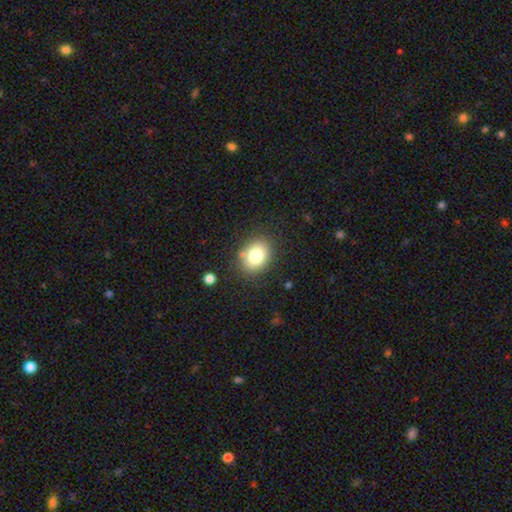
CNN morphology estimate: Q: Smooth or featured?
A: smooth (79%); runner-up: star or artifact (10%)
Q: How rounded?
A: in between (51%); runner-up: round (48%)
Q: Merging?
A: none (83%); runner-up: minor disturbance (11%)